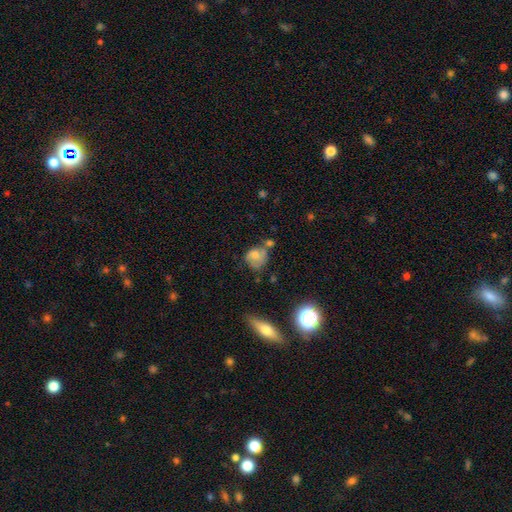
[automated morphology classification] Smooth or featured? Predicted: smooth (p=0.66). How rounded? Predicted: round (p=0.62). Merging? Predicted: none (p=0.38).